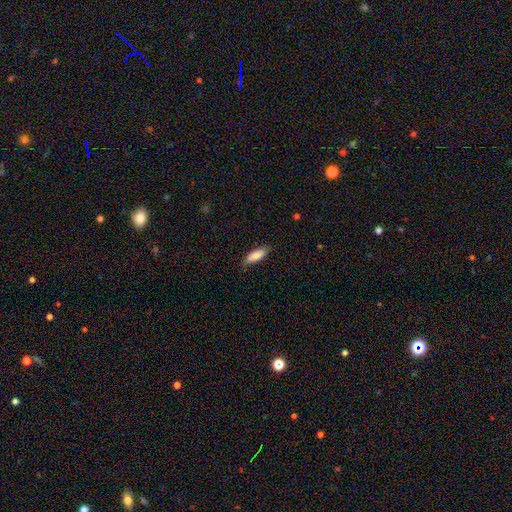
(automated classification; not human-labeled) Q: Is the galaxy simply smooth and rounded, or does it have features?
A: smooth — 85%.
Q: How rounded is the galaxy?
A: in between — 56%.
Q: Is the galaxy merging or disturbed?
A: none — 78%.